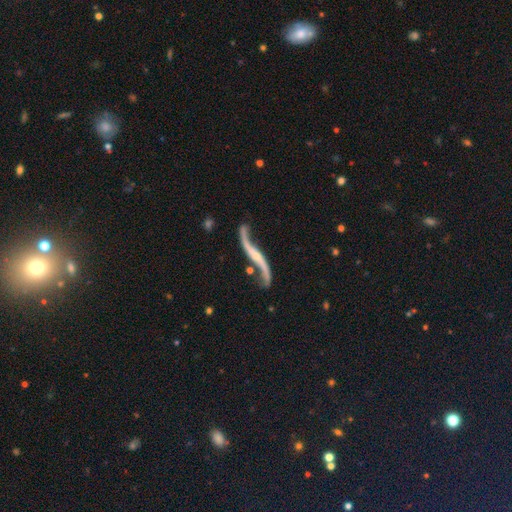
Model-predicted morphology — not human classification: smooth-or-featured: featured or disk: 89% | smooth: 6% | star or artifact: 5%
  disk-edge-on: no: 73% | yes: 27%
    bar: no: 50% | weak: 27% | strong: 23%
    has-spiral-arms: yes: 95% | no: 5%
      spiral-winding: loose: 94% | medium: 4% | tight: 2%
      spiral-arm-count: 2: 93% | 1: 3% | can't tell: 1% | 3: 1% | 4: 1% | more than 4: 1%
    bulge-size: small: 67% | moderate: 18% | none: 13% | large: 2% | dominant: 1%
  merging: none: 63% | minor disturbance: 20% | major disturbance: 10% | merger: 7%